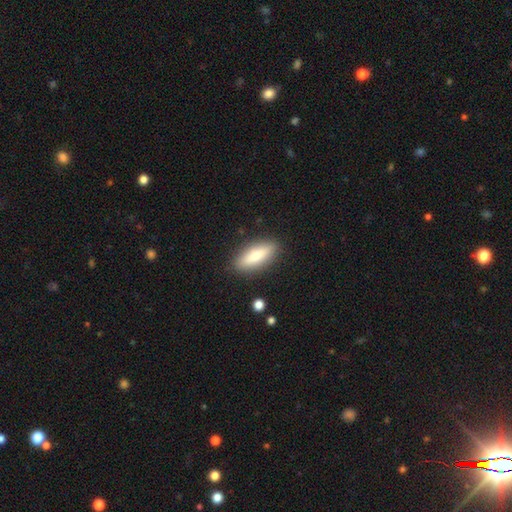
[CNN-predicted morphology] Smooth or featured? Predicted: smooth (p=0.73). How rounded? Predicted: in between (p=0.56). Merging? Predicted: none (p=0.87).